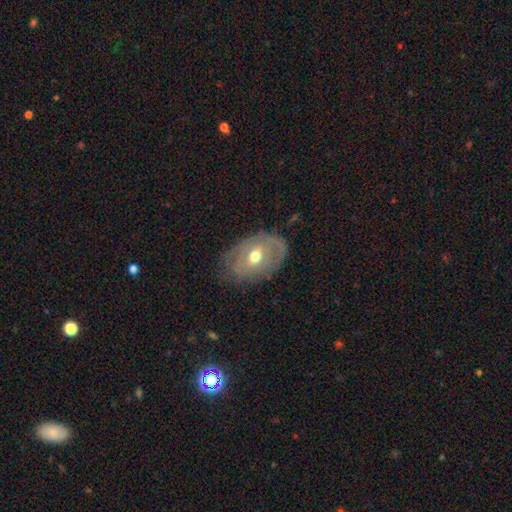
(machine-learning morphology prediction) smooth-or-featured: featured or disk: 54% | smooth: 39% | star or artifact: 7%
  disk-edge-on: no: 91% | yes: 9%
  merging: none: 65% | minor disturbance: 24% | major disturbance: 9% | merger: 1%